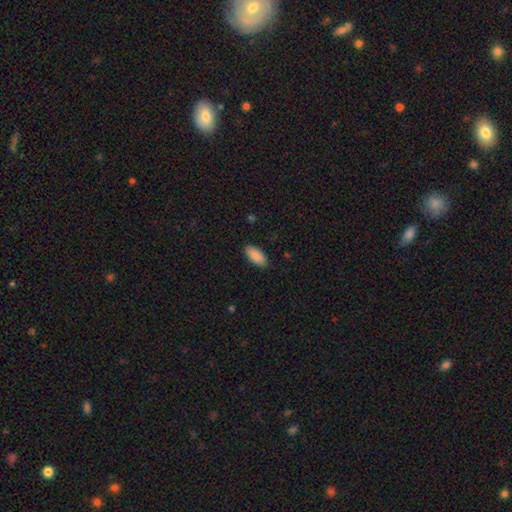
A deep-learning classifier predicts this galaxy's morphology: Smooth or featured: smooth — 90% (star or artifact — 6%)
How rounded: in between — 91% (cigar-shaped — 7%)
Merging: none — 88% (minor disturbance — 9%)